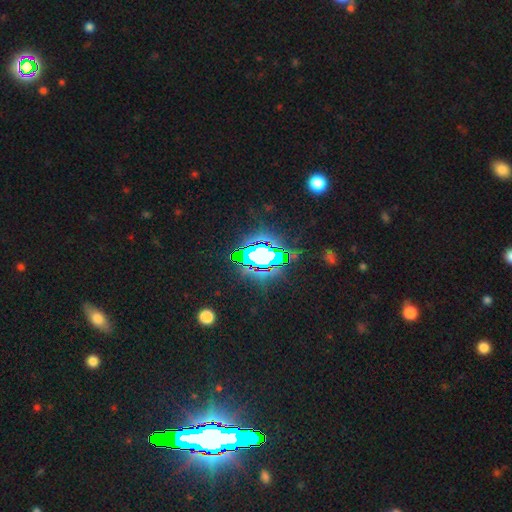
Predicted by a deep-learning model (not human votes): Overall: star or artifact (70%).